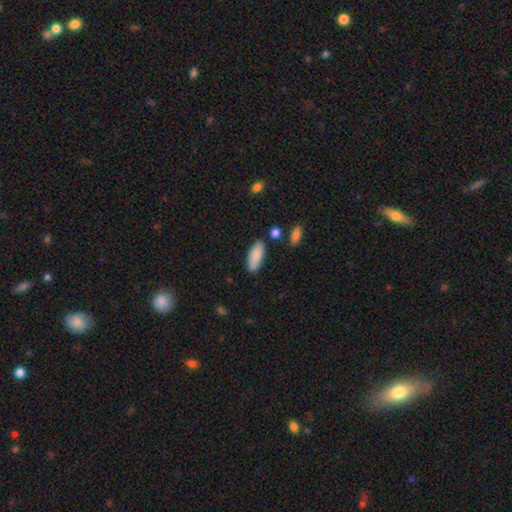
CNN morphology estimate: smooth-or-featured: smooth: 87% | featured or disk: 7% | star or artifact: 6%
  how-rounded: in between: 80% | cigar-shaped: 18% | round: 2%
  merging: none: 81% | minor disturbance: 12% | merger: 4% | major disturbance: 3%